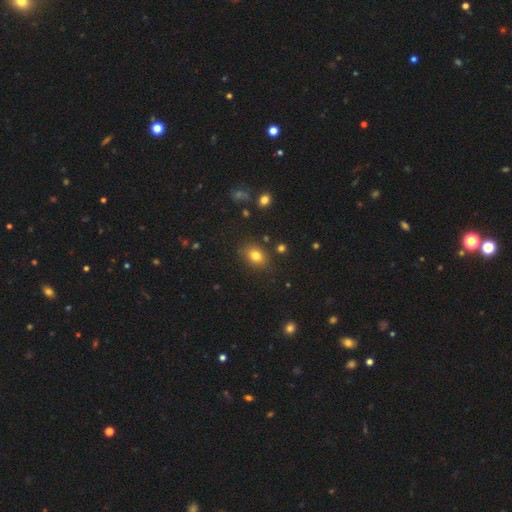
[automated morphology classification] type=smooth (79%); roundness=in between (65%); merging=none (82%).